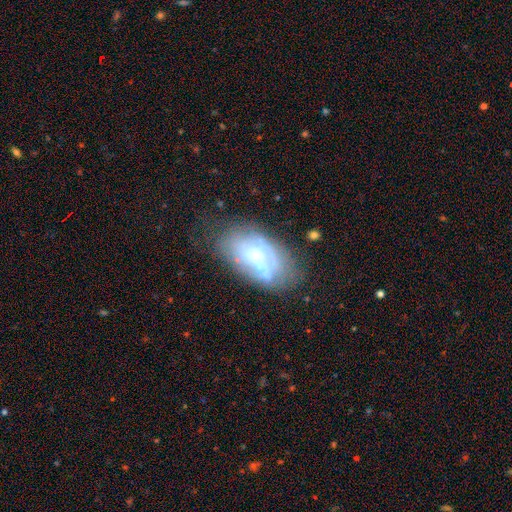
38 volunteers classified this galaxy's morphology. Overall: featured or disk (66%). Edge-on disk: no (100%). Bar: no (72%). Spiral arms: no (64%; yes 36%). Bulge size: small (68%; moderate 32%). Merging: none (47%; minor disturbance 32%).